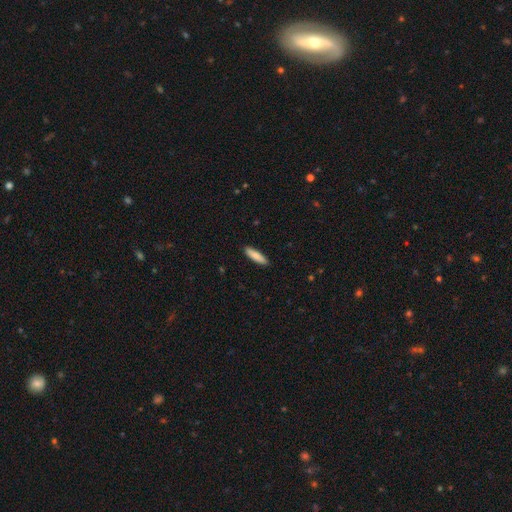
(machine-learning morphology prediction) This appears to be a smooth galaxy with no disk features (82%) that is cigar-shaped (72%). Merging: none (90%).